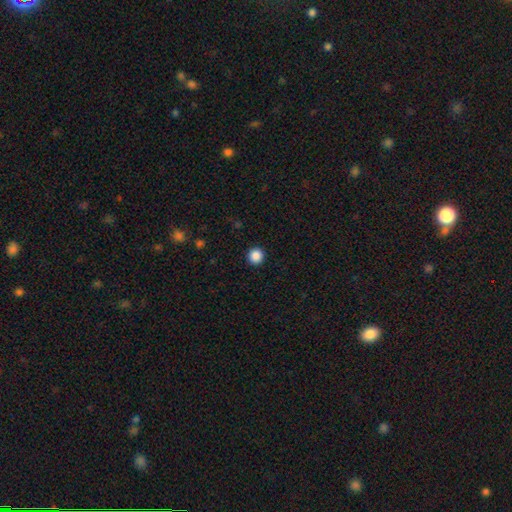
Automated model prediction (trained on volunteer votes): Overall: smooth (88%). How rounded: round (95%). Merging: none (93%).